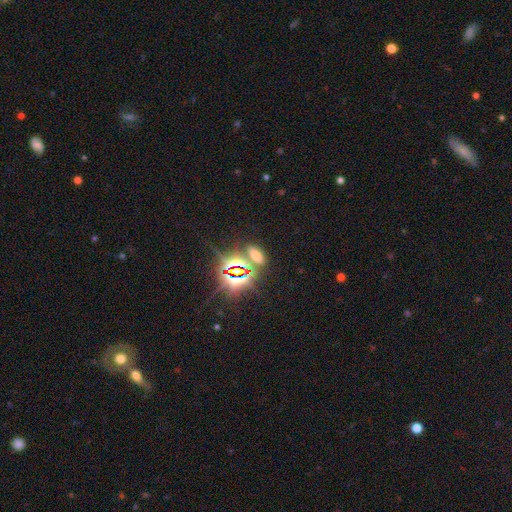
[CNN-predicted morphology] smooth_or_featured: star or artifact (p=0.50) [alt: smooth p=0.40]